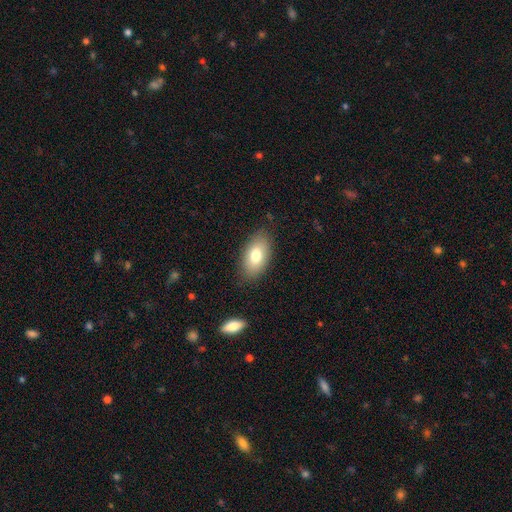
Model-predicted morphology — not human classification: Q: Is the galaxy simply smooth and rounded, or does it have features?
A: smooth — 78%.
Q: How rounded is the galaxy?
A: in between — 93%.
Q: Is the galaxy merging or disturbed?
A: none — 82%.